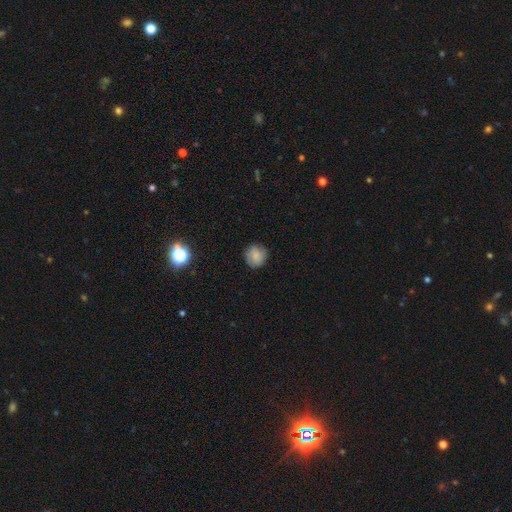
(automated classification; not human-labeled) Smooth or featured: smooth — 76% (featured or disk — 13%)
How rounded: round — 89% (in between — 10%)
Merging: none — 81% (minor disturbance — 15%)